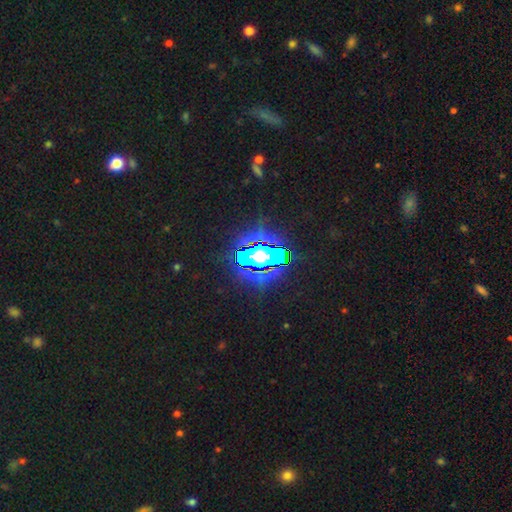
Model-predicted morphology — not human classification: type=star or artifact (58%).